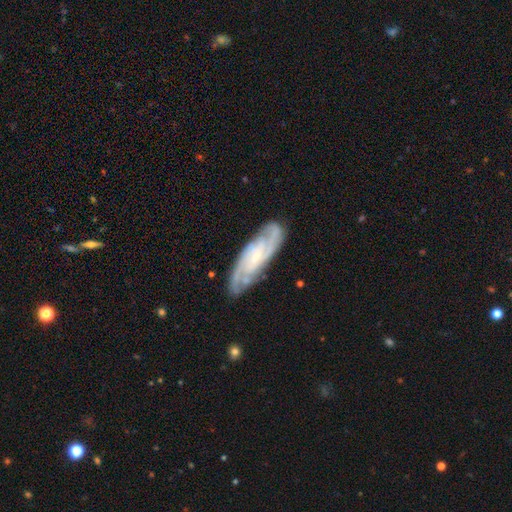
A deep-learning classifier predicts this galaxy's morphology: Q: Smooth or featured?
A: featured or disk (85%); runner-up: smooth (10%)
Q: Edge-on disk?
A: no (88%); runner-up: yes (12%)
Q: Bar?
A: no (48%); runner-up: weak (38%)
Q: Spiral arms?
A: yes (97%); runner-up: no (3%)
Q: Spiral winding?
A: tight (52%); runner-up: medium (40%)
Q: Spiral arm count?
A: 2 (45%); runner-up: 3 (22%)
Q: Bulge size?
A: small (65%); runner-up: moderate (18%)
Q: Merging?
A: none (81%); runner-up: minor disturbance (14%)